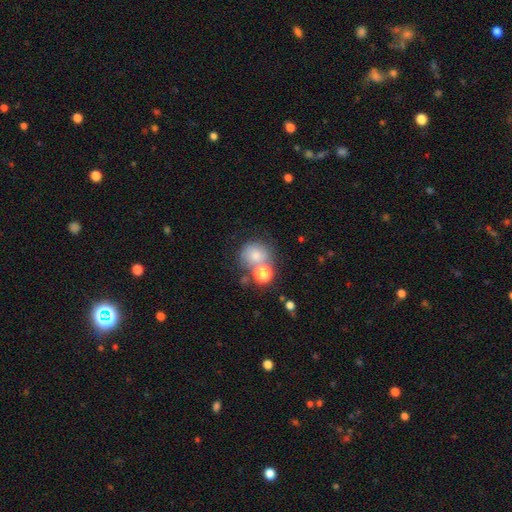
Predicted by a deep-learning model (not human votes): Smooth or featured: smooth — 72% (featured or disk — 15%)
How rounded: round — 83% (in between — 16%)
Merging: none — 50% (merger — 29%)